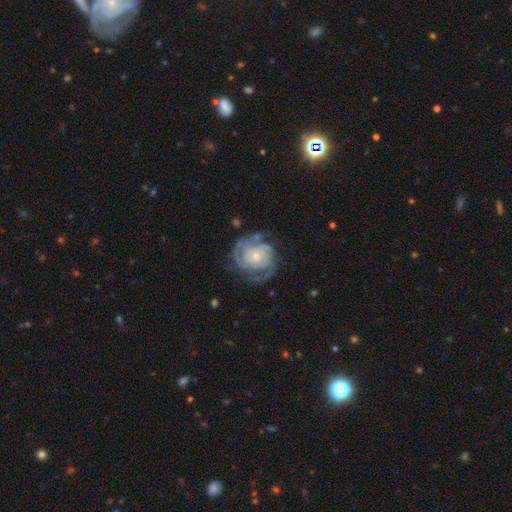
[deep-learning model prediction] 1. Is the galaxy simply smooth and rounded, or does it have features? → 87% featured or disk, 8% smooth, 5% star or artifact.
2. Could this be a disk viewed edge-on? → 98% no, 2% yes.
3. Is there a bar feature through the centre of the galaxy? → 75% no, 21% weak, 5% strong.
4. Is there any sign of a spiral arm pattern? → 96% yes, 4% no.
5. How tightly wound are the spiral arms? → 66% tight, 28% medium, 6% loose.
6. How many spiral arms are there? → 35% 2, 23% can't tell, 23% 3, 8% 4, 5% 1, 5% more than 4.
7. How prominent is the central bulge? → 55% small, 35% moderate, 5% large, 4% none, 1% dominant.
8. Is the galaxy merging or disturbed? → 66% none, 19% minor disturbance, 13% major disturbance, 2% merger.